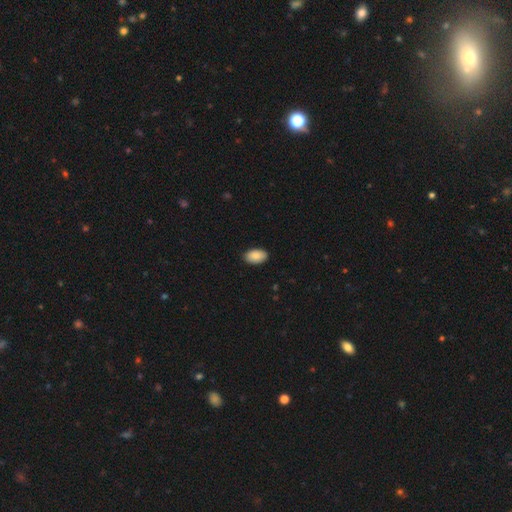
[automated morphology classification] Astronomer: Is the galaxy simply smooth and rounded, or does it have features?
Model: smooth — 89%.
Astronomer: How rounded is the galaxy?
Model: in between — 94%.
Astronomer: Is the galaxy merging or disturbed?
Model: none — 89%.